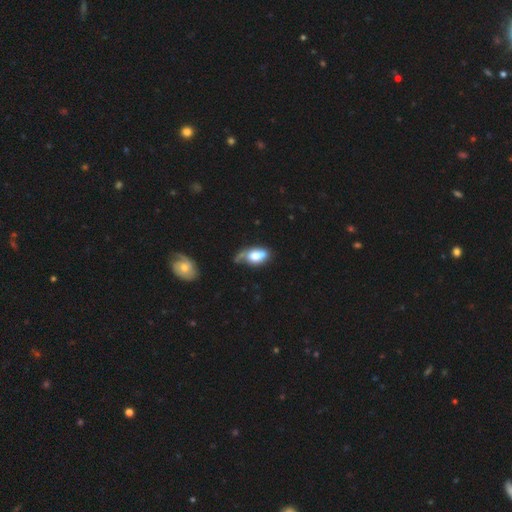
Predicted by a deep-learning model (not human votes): smooth_or_featured: smooth (p=0.57) [alt: featured or disk p=0.35]
how_rounded: in between (p=0.86) [alt: round p=0.09]
merging: minor disturbance (p=0.28) [alt: none p=0.27]